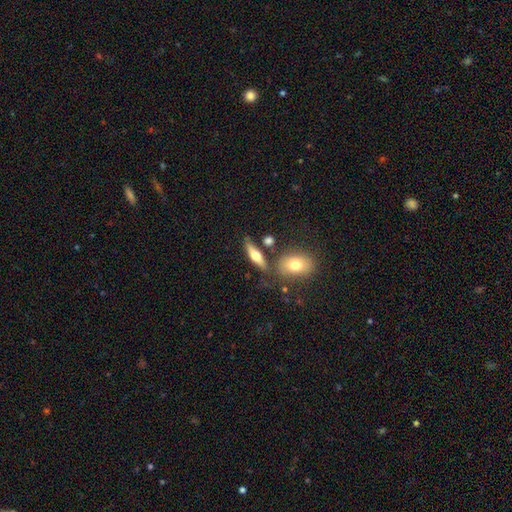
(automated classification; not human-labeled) This appears to be a smooth galaxy with no disk features (51%) that is cigar-shaped (51%). Merging: none (71%).